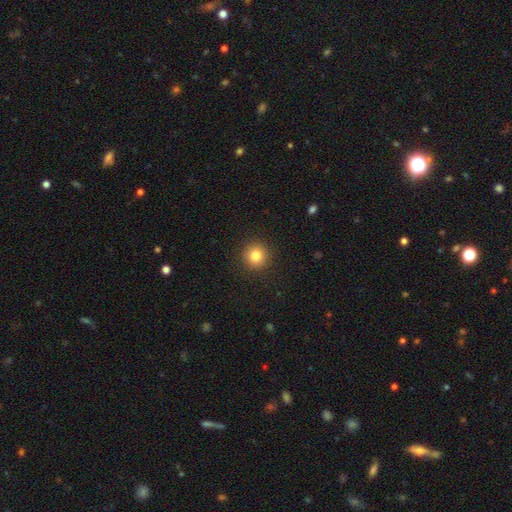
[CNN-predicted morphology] Smooth or featured: smooth — 82% (star or artifact — 11%)
How rounded: round — 94% (in between — 5%)
Merging: none — 92% (minor disturbance — 5%)